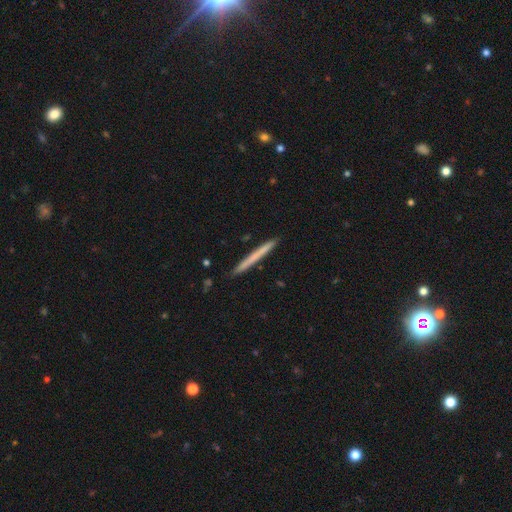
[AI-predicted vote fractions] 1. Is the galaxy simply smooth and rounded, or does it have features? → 64% smooth, 31% featured or disk, 5% star or artifact.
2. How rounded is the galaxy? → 98% cigar-shaped, 1% in between, 1% round.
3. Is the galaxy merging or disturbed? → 92% none, 6% minor disturbance, 1% merger, 1% major disturbance.